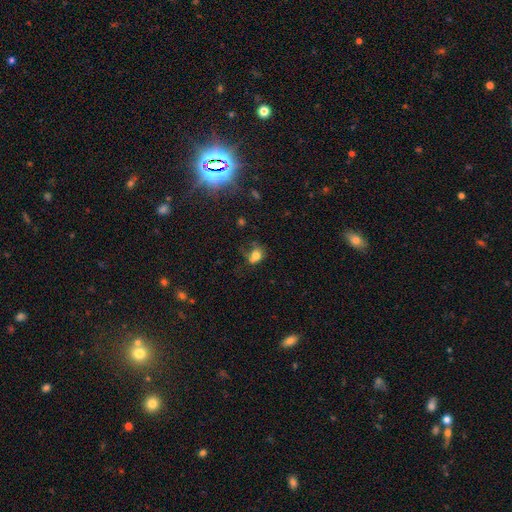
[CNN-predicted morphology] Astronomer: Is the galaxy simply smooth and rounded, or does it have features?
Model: smooth — 72%.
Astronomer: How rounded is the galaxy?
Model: in between — 66%.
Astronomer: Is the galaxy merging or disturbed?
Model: none — 37% (runner-up: minor disturbance, 29%).